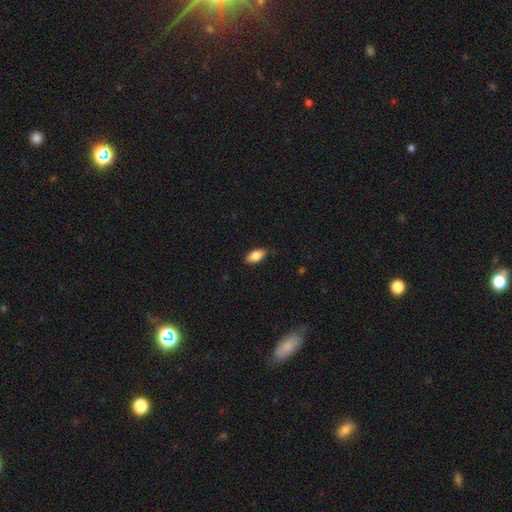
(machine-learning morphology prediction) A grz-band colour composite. It shows a smooth galaxy with no disk features (84%) that is in between round and cigar-shaped (90%). Merging: none (83%).